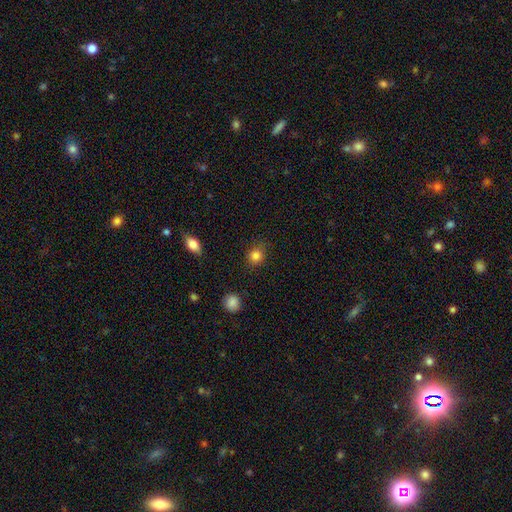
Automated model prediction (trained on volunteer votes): smooth 84%, star or artifact 12%, featured or disk 5%. Down the decision tree: how rounded — round (82%); merging — none (83%).